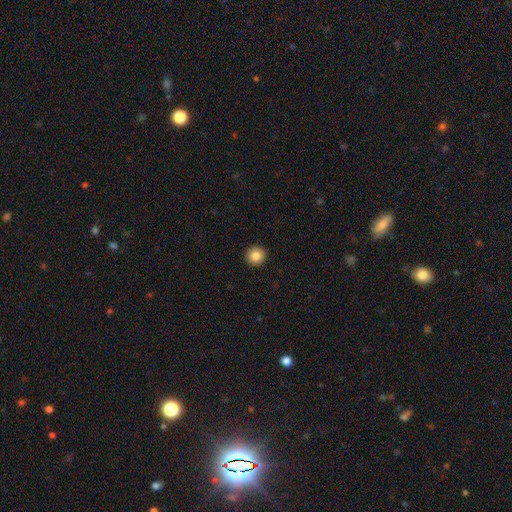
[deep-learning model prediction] This is clearly a smooth galaxy (85%). How rounded: clearly round (95%). Merging: clearly none (93%).